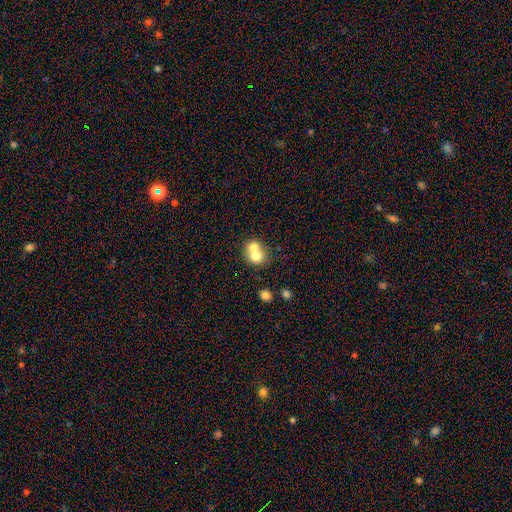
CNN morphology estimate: Smooth or featured? Predicted: smooth (p=0.69). How rounded? Predicted: round (p=0.72). Merging? Predicted: merger (p=0.67).